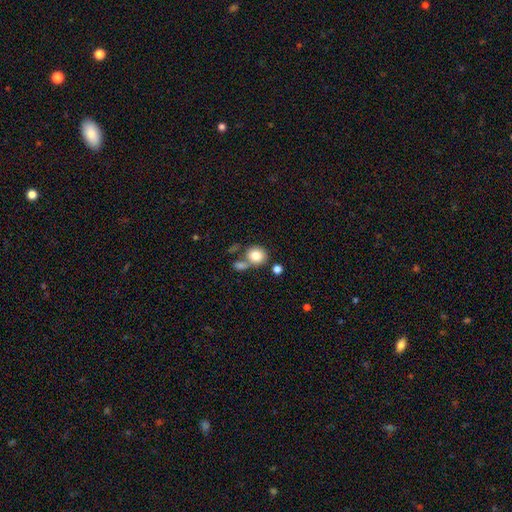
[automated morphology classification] Q: Smooth or featured?
A: smooth (82%); runner-up: featured or disk (9%)
Q: How rounded?
A: round (77%); runner-up: in between (22%)
Q: Merging?
A: none (52%); runner-up: merger (31%)